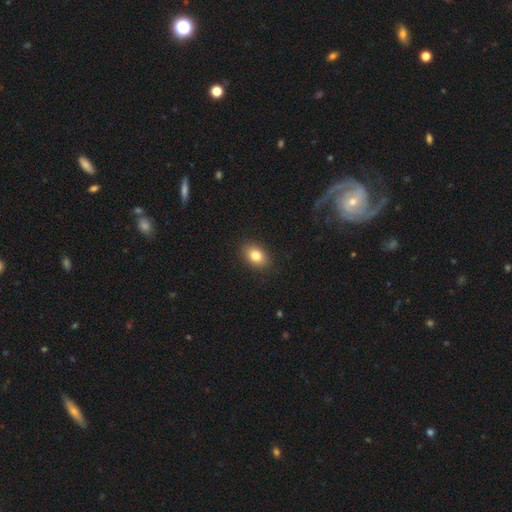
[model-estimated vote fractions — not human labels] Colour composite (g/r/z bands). It shows a smooth galaxy with no disk features (82%) that is in between round and cigar-shaped (80%). Merging: none (89%).